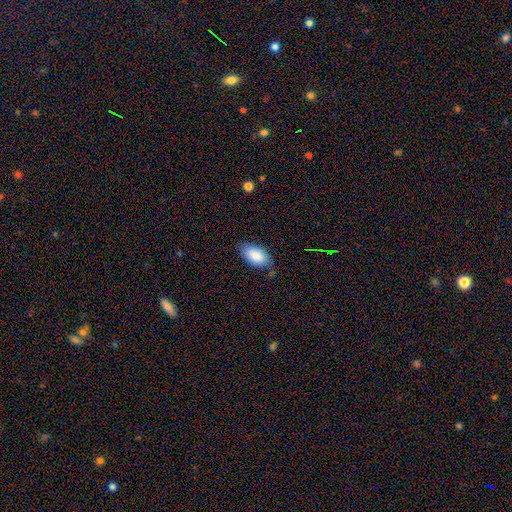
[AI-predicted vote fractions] smooth_or_featured: smooth (p=0.87) [alt: featured or disk p=0.06]
how_rounded: in between (p=0.94) [alt: round p=0.03]
merging: none (p=0.76) [alt: minor disturbance p=0.18]